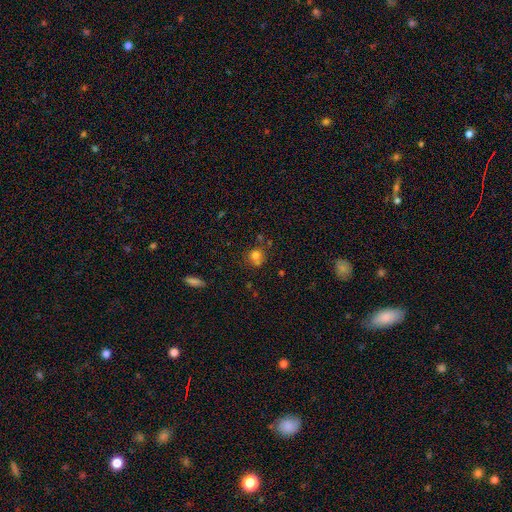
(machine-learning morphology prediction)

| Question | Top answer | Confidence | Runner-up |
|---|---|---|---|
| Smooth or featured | smooth | 73% | star or artifact (14%) |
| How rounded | round | 83% | in between (16%) |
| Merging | none | 55% | merger (26%) |